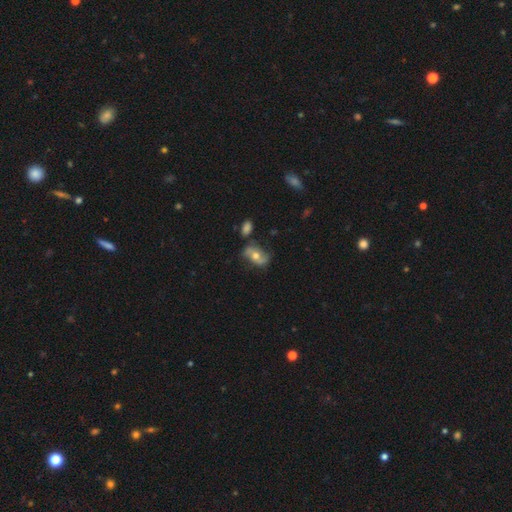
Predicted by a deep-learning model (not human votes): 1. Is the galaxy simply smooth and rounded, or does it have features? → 65% featured or disk, 27% smooth, 8% star or artifact.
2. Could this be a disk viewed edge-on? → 94% no, 6% yes.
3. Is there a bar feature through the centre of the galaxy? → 60% no, 28% weak, 12% strong.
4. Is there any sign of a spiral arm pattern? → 84% yes, 16% no.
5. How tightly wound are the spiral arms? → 68% loose, 23% medium, 9% tight.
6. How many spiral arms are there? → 89% 2, 5% can't tell, 2% 1, 1% 3, 1% 4, 1% more than 4.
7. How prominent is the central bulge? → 73% moderate, 17% small, 7% large, 1% none, 1% dominant.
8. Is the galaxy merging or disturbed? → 67% none, 20% minor disturbance, 8% major disturbance, 5% merger.